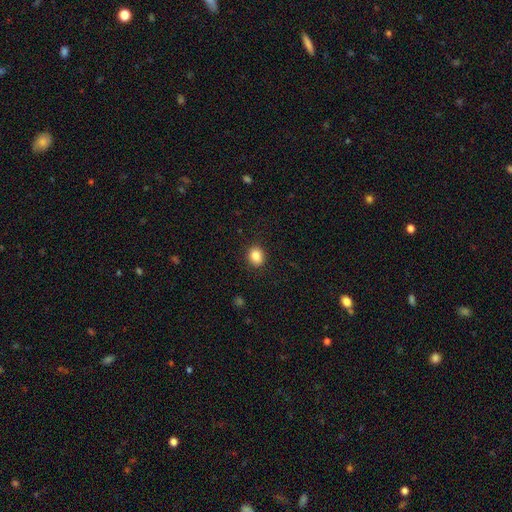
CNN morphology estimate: smooth 86%, star or artifact 10%, featured or disk 5%. Down the decision tree: how rounded — round (62%); merging — none (88%).